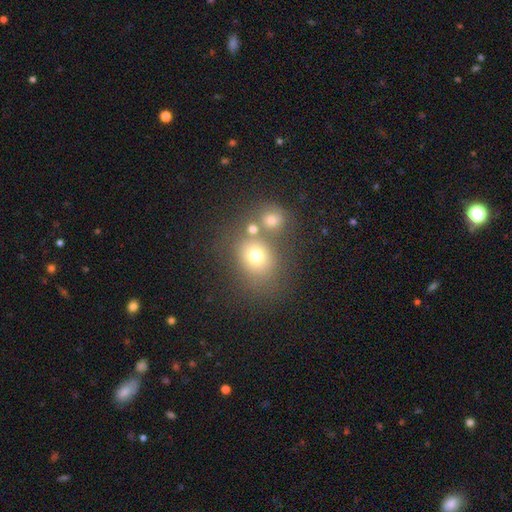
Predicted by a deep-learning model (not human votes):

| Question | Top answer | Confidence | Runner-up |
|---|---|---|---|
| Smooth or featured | smooth | 70% | star or artifact (15%) |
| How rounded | round | 64% | in between (36%) |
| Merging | none | 50% | merger (32%) |